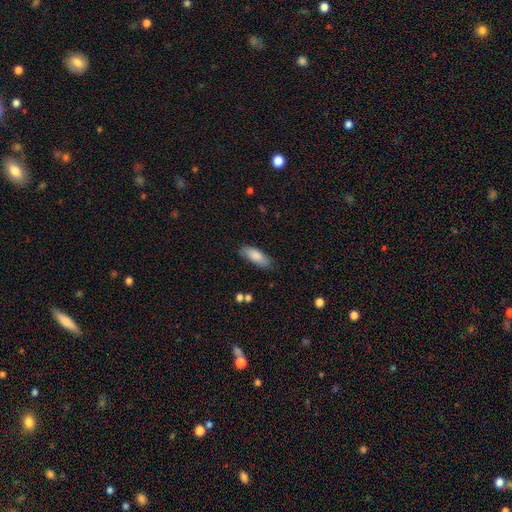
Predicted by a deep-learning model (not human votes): smooth-or-featured: smooth: 85% | featured or disk: 9% | star or artifact: 6%
  how-rounded: in between: 74% | cigar-shaped: 24% | round: 2%
  merging: none: 81% | minor disturbance: 15% | major disturbance: 3% | merger: 1%